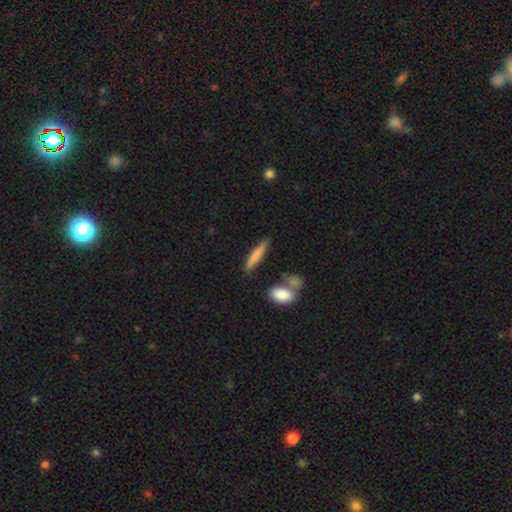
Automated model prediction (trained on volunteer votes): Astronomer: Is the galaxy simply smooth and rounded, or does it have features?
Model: smooth — 73%.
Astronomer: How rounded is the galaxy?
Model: cigar-shaped — 87%.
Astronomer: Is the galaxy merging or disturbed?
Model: none — 78%.